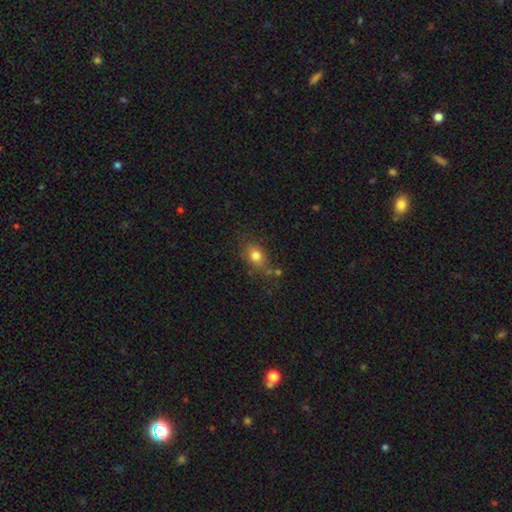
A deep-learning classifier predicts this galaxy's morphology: Smooth or featured: smooth — 79% (star or artifact — 11%)
How rounded: in between — 59% (round — 38%)
Merging: none — 66% (minor disturbance — 19%)